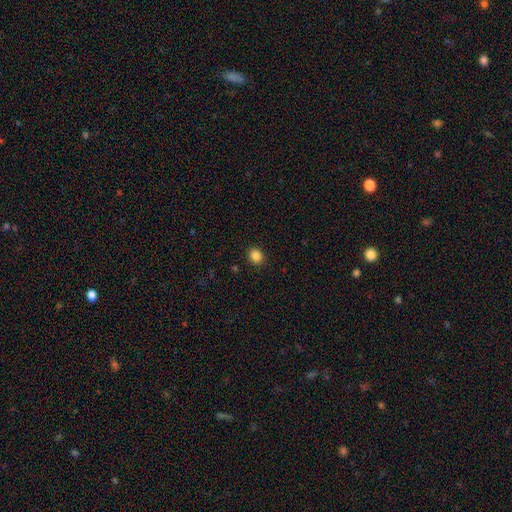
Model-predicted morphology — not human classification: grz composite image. It shows a smooth galaxy with no disk features (86%) that is round (70%). Merging: none (91%).